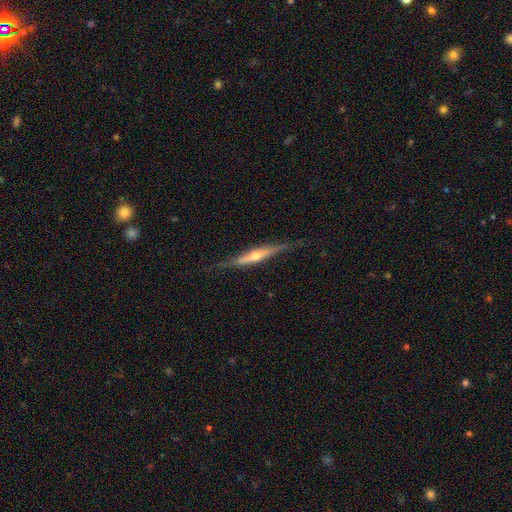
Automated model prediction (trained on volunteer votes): A featured or disk galaxy (78%) viewed edge-on (96%) with a rounded central bulge (87%).

Vote fractions:
- Smooth or featured? featured or disk: 78% / smooth: 17% / star or artifact: 5%
- Edge-on disk? yes: 96% / no: 4%
- Edge-on bulge? rounded: 87% / none: 8% / boxy: 5%
- Merging? none: 81% / minor disturbance: 15% / major disturbance: 3% / merger: 1%